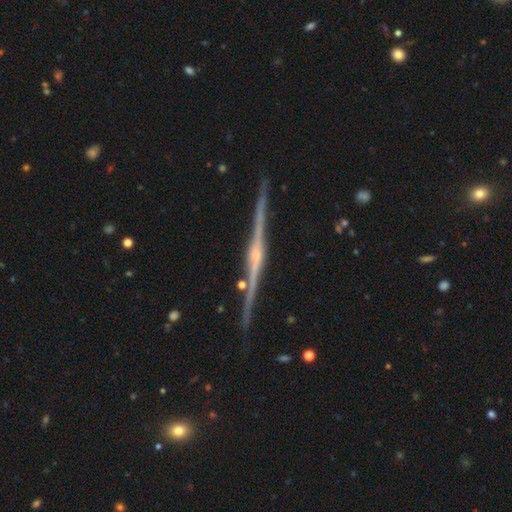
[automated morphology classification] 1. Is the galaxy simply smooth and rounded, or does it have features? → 89% featured or disk, 6% smooth, 5% star or artifact.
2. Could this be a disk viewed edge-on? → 99% yes, 1% no.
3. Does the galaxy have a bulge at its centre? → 64% rounded, 19% none, 16% boxy.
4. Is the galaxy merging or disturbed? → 89% none, 7% minor disturbance, 2% merger, 2% major disturbance.